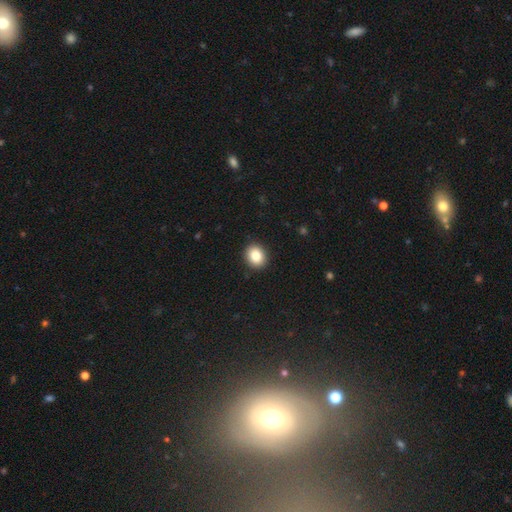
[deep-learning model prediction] Smooth or featured: smooth — 86% (star or artifact — 9%)
How rounded: round — 60% (in between — 39%)
Merging: none — 91% (minor disturbance — 6%)